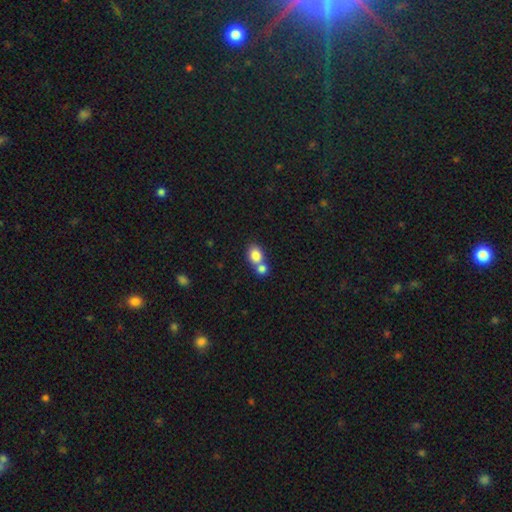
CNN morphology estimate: A smooth galaxy with no disk features (83%) that is in between round and cigar-shaped (53%). Merging: merger (56%).